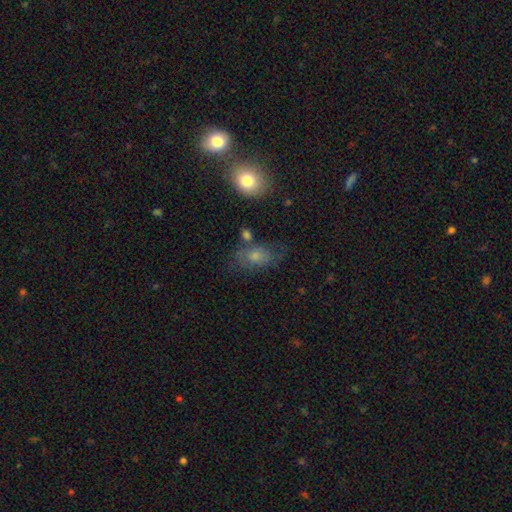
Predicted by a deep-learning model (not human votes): Smooth or featured?
  - smooth: 66% *
  - featured or disk: 22%
  - star or artifact: 12%
How rounded?
  - in between: 79% *
  - round: 19%
  - cigar-shaped: 2%
Merging?
  - none: 54% *
  - minor disturbance: 24%
  - major disturbance: 13%
  - merger: 9%